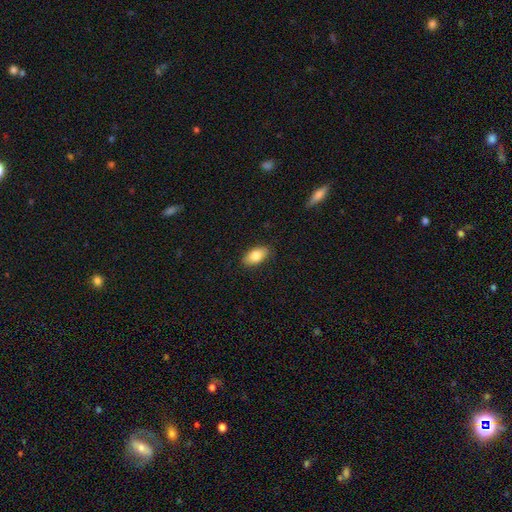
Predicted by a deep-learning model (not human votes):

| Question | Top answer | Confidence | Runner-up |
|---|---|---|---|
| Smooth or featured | smooth | 82% | featured or disk (11%) |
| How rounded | in between | 91% | cigar-shaped (5%) |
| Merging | none | 87% | minor disturbance (10%) |